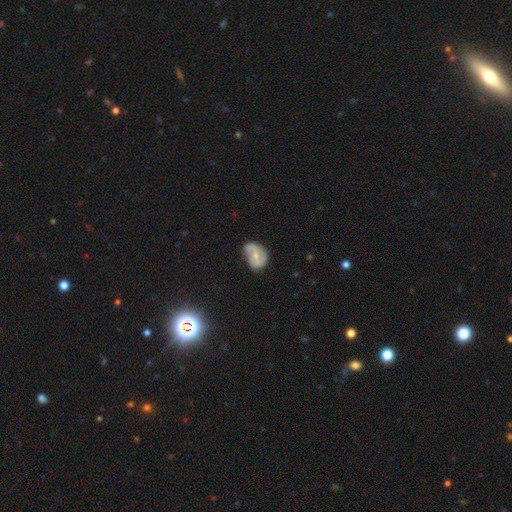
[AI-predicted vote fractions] This is possibly a featured or disk galaxy (55%). It is clearly not viewed edge-on (97%). Bar: possibly no (60%). Spiral arm pattern: likely yes (73%). Central bulge: possibly small (49%). Merging: possibly none (47%).